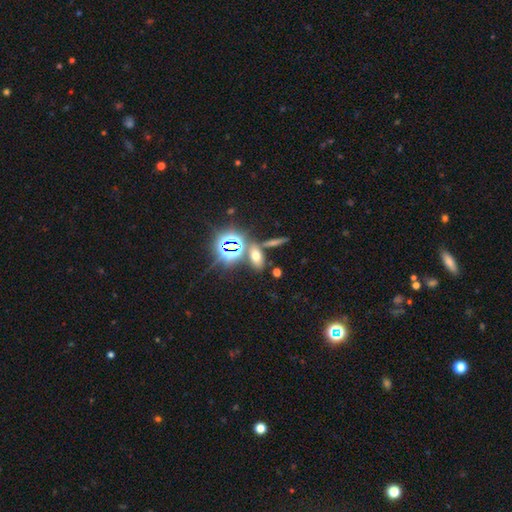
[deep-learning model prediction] Smooth or featured? Predicted: smooth (p=0.51). How rounded? Predicted: in between (p=0.73). Merging? Predicted: none (p=0.72).